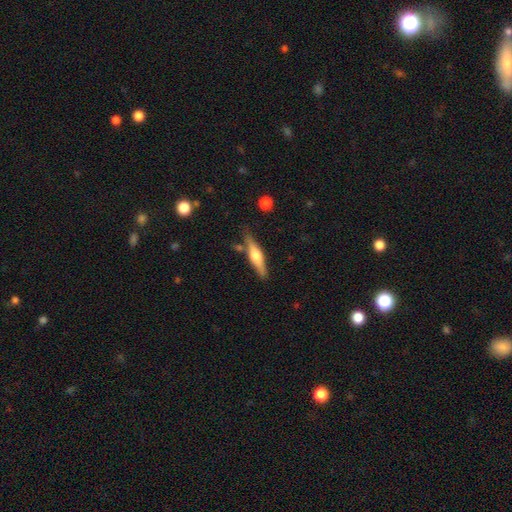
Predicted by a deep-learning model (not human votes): This appears to be a featured or disk galaxy (59%) viewed edge-on (95%) with a rounded central bulge (86%). Merging: none (80%).